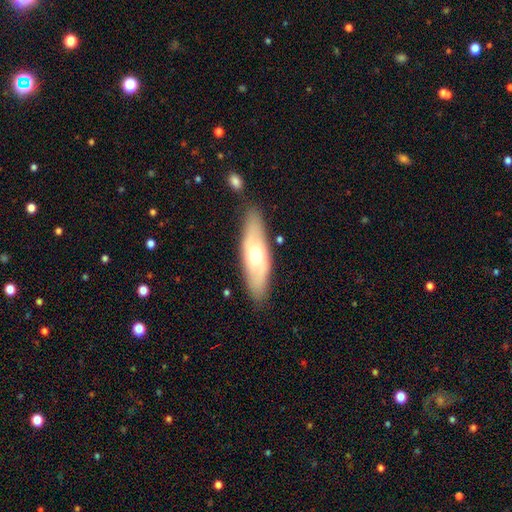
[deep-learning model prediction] Smooth or featured? Predicted: smooth (p=0.54). How rounded? Predicted: in between (p=0.51). Merging? Predicted: none (p=0.83).